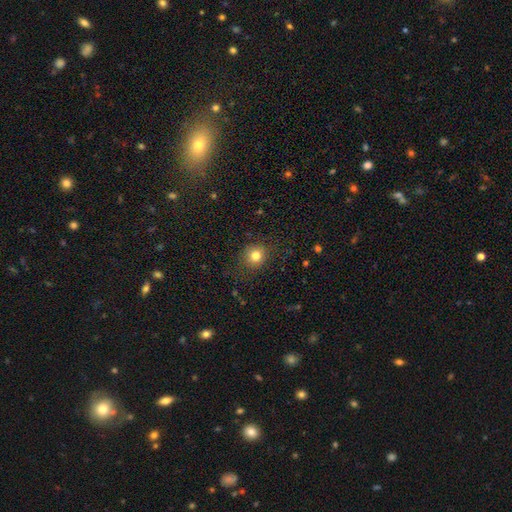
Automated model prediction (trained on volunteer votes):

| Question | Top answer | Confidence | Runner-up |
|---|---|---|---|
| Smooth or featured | smooth | 80% | star or artifact (13%) |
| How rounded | round | 82% | in between (17%) |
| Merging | none | 83% | minor disturbance (11%) |